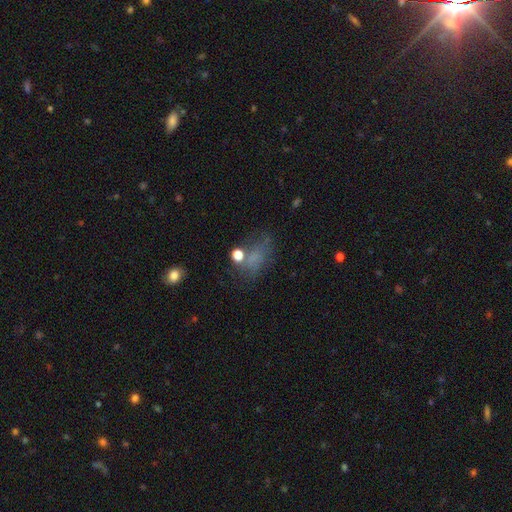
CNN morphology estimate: A smooth galaxy with no disk features (50%) that is in between round and cigar-shaped (72%).

Vote fractions:
- Smooth or featured? smooth: 50% / star or artifact: 29% / featured or disk: 21%
- How rounded? in between: 72% / round: 24% / cigar-shaped: 4%
- Merging? none: 46% / major disturbance: 24% / minor disturbance: 22% / merger: 8%